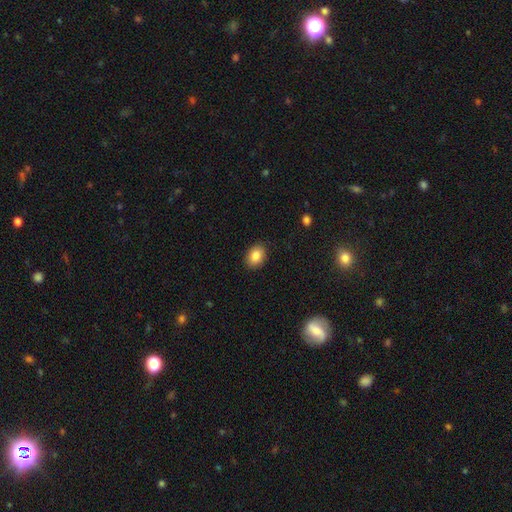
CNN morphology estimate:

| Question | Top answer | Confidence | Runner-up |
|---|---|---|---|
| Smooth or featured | smooth | 85% | star or artifact (8%) |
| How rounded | in between | 69% | round (30%) |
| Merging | none | 88% | minor disturbance (9%) |